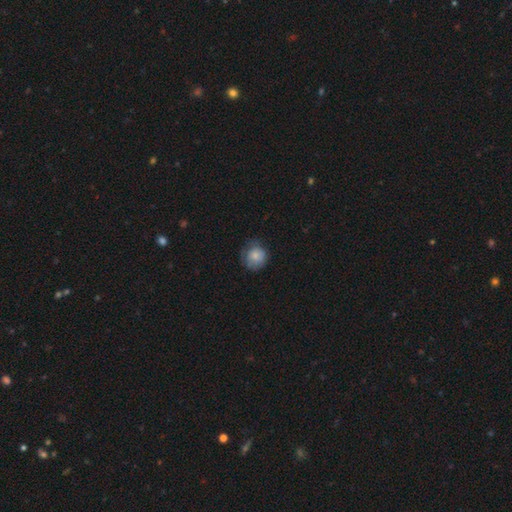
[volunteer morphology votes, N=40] Smooth or featured? 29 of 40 (72%) said smooth. How rounded? 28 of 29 (97%) said round. Merging? 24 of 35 (69%) said none.